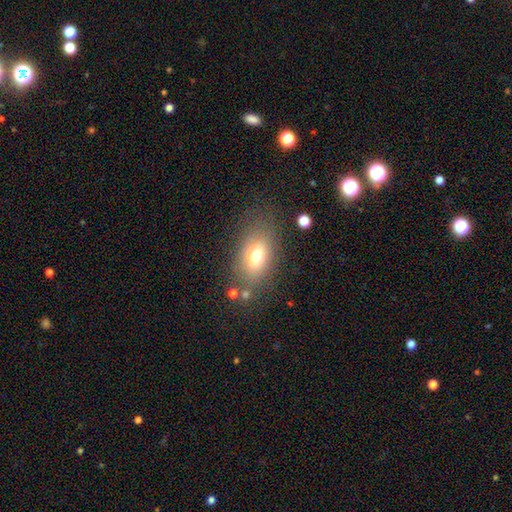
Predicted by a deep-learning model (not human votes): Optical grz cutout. It shows a smooth galaxy with no disk features (70%) that is in between round and cigar-shaped (81%). Merging: none (71%).